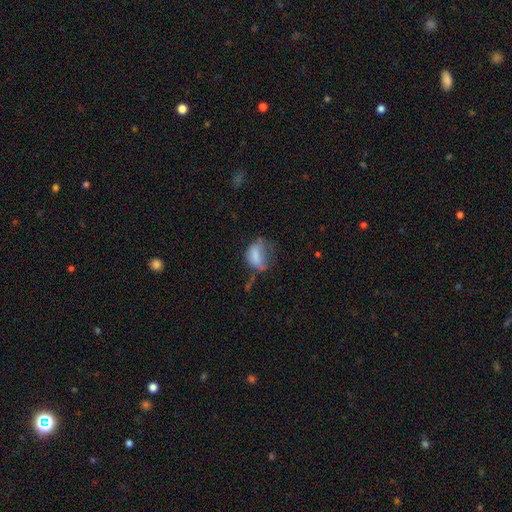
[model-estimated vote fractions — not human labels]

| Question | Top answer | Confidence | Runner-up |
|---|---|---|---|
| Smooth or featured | smooth | 67% | featured or disk (22%) |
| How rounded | in between | 79% | round (18%) |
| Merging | major disturbance | 41% | minor disturbance (30%) |